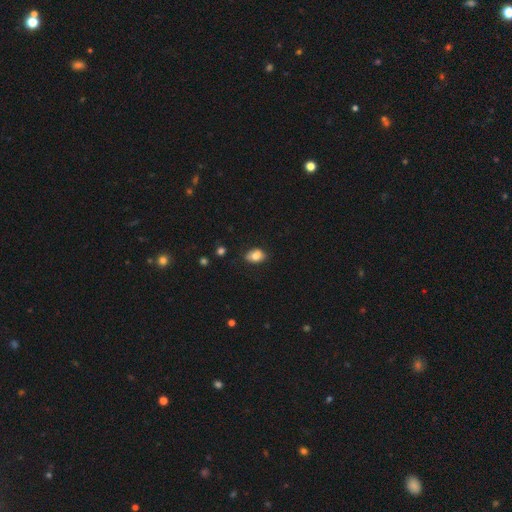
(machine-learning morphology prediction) The model was most divided on "how rounded": in between: 79%, round: 19%, cigar-shaped: 1%. More confident: smooth or featured — smooth (81%); merging — none (78%).